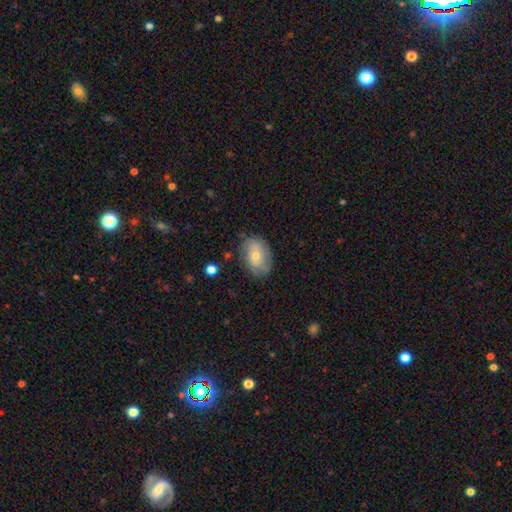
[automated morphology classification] Smooth or featured? smooth (52%)
How rounded? in between (81%)
Merging? none (76%)